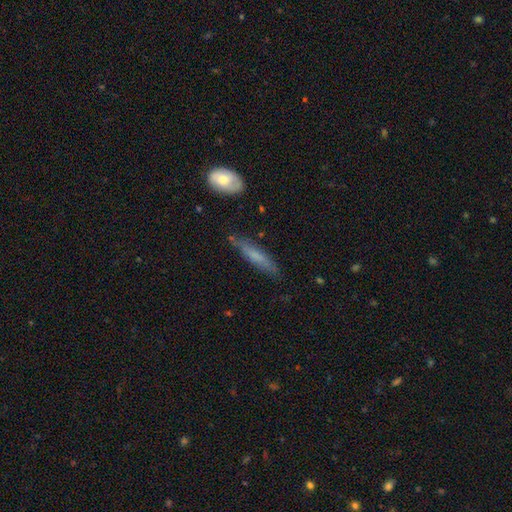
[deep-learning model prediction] A smooth galaxy with no disk features (59%) that is cigar-shaped (85%). Merging: none (74%).